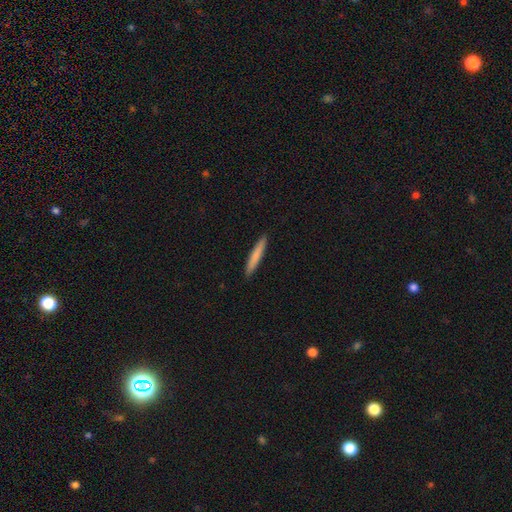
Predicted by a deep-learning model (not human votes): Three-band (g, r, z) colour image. It shows a smooth galaxy with no disk features (79%) that is cigar-shaped (95%). Merging: none (92%).